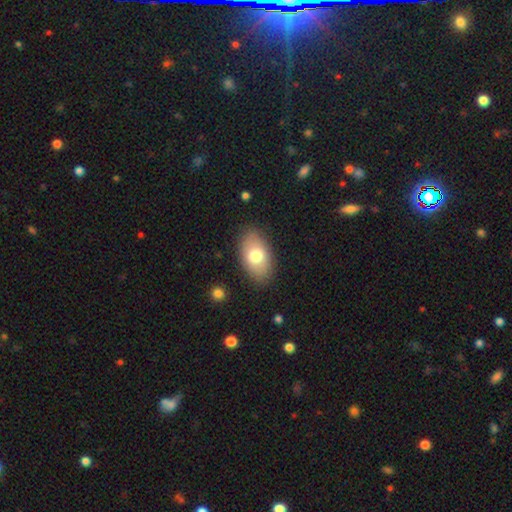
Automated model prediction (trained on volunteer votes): Smooth or featured: smooth — 75% (featured or disk — 18%)
How rounded: in between — 92% (round — 6%)
Merging: none — 85% (minor disturbance — 11%)